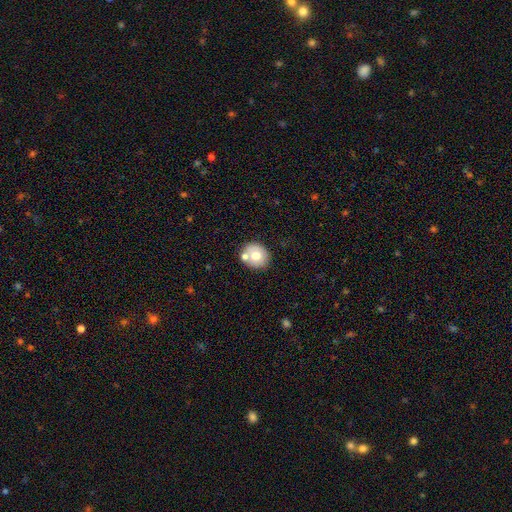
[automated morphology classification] Smooth or featured?
  - smooth: 67% *
  - featured or disk: 24%
  - star or artifact: 9%
How rounded?
  - round: 76% *
  - in between: 23%
  - cigar-shaped: 1%
Merging?
  - none: 65% *
  - merger: 21%
  - minor disturbance: 11%
  - major disturbance: 3%